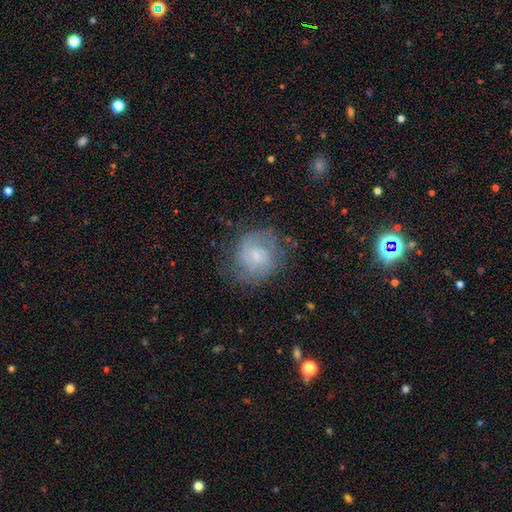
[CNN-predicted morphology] featured or disk 63%, smooth 29%, star or artifact 8%. Down the decision tree: edge-on disk — no (98%); bar — no (55%); spiral arms — yes (87%); spiral arm count — 2 (55%); spiral winding — tight (43%); bulge size — small (66%); merging — none (70%).